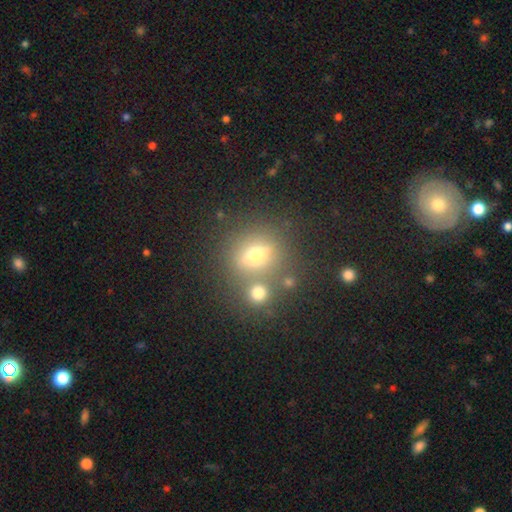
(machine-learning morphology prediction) Smooth or featured?
  - smooth: 56% *
  - featured or disk: 25%
  - star or artifact: 19%
How rounded?
  - round: 69% *
  - in between: 27%
  - cigar-shaped: 3%
Merging?
  - none: 63% *
  - merger: 22%
  - minor disturbance: 10%
  - major disturbance: 5%